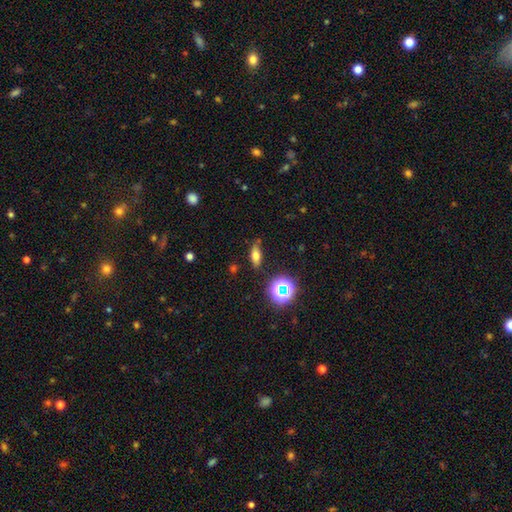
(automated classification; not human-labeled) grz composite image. It shows a smooth galaxy with no disk features (63%) that is in between round and cigar-shaped (67%). Merging: none (79%).